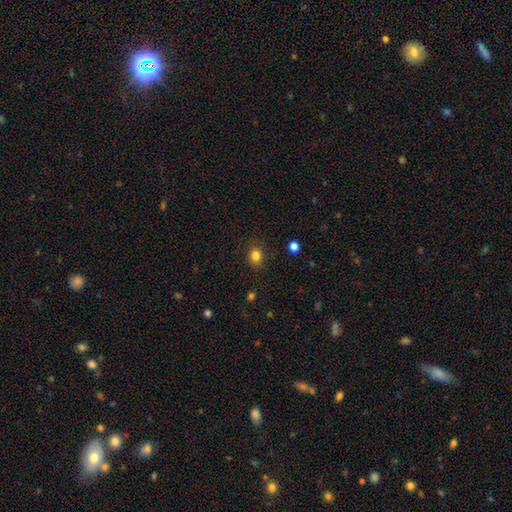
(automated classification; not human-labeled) This appears to be a smooth galaxy with no disk features (83%) that is in between round and cigar-shaped (50%). Merging: none (85%).